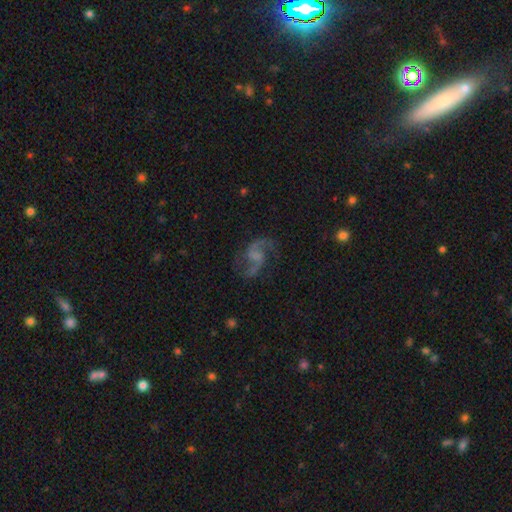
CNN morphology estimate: Q: Smooth or featured?
A: featured or disk (85%); runner-up: star or artifact (8%)
Q: Edge-on disk?
A: no (98%); runner-up: yes (2%)
Q: Bar?
A: weak (45%); runner-up: no (43%)
Q: Spiral arms?
A: yes (96%); runner-up: no (4%)
Q: Spiral winding?
A: loose (59%); runner-up: medium (36%)
Q: Spiral arm count?
A: 2 (92%); runner-up: 1 (2%)
Q: Bulge size?
A: none (51%); runner-up: small (26%)
Q: Merging?
A: none (70%); runner-up: minor disturbance (16%)